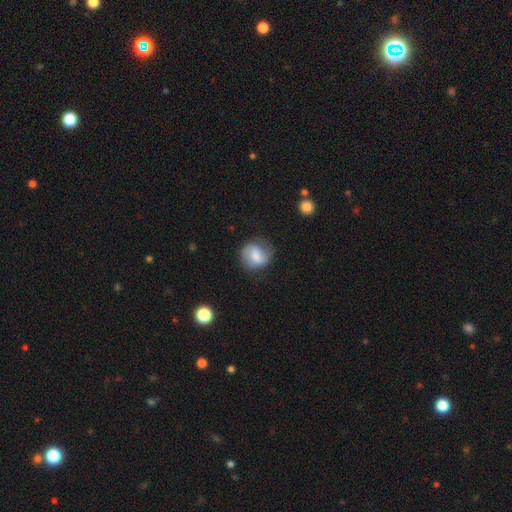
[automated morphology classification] smooth_or_featured: smooth (p=0.55) [alt: featured or disk p=0.37]
how_rounded: round (p=0.74) [alt: in between p=0.25]
merging: none (p=0.68) [alt: minor disturbance p=0.21]